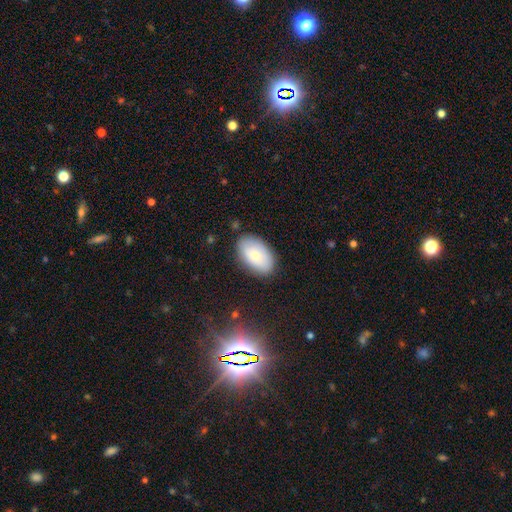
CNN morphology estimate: smooth_or_featured: smooth (p=0.73) [alt: featured or disk p=0.20]
how_rounded: in between (p=0.92) [alt: round p=0.06]
merging: none (p=0.83) [alt: minor disturbance p=0.12]